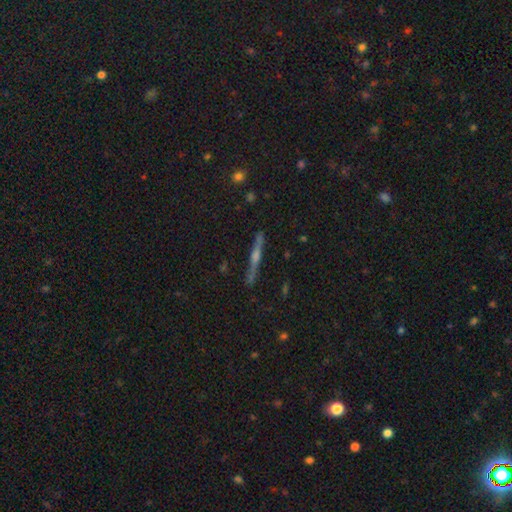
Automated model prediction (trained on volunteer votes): This appears to be a featured or disk galaxy (76%) viewed edge-on (98%) with a rounded central bulge (81%). Merging: none (89%).